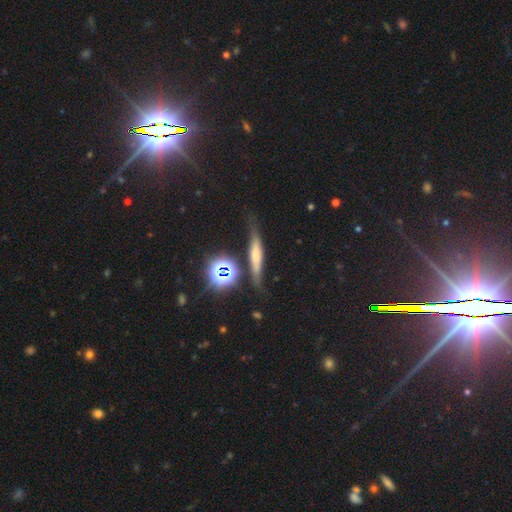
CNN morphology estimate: The model was most divided on "smooth or featured": smooth: 50%, featured or disk: 34%, star or artifact: 17%. More confident: merging — none (70%).